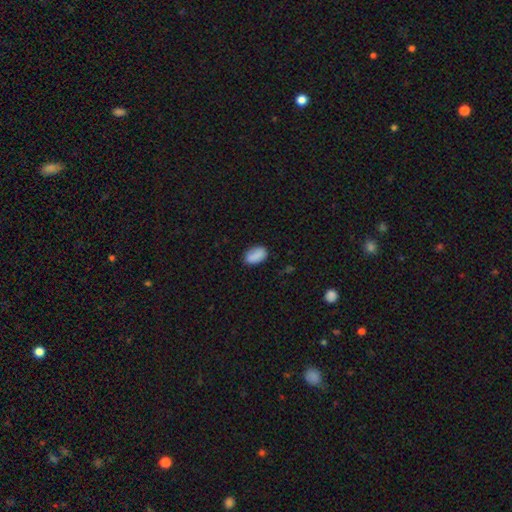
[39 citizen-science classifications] Overall: smooth (92%). How rounded: in between (92%). Merging: none (82%).